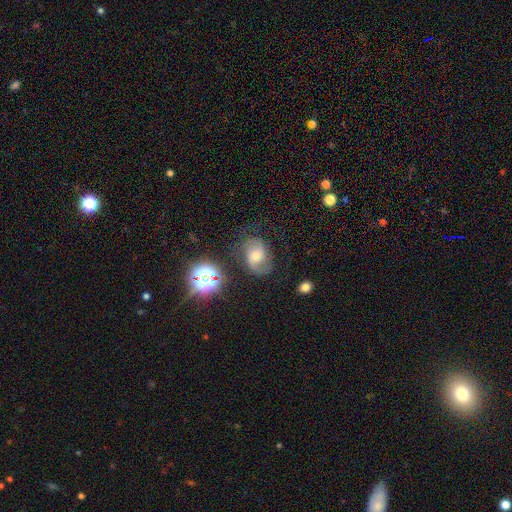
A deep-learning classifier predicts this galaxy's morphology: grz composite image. It shows a featured or disk galaxy (63%) with no bar (51%), 2 (83%) medium (49%) spiral arms (90%) and a moderate central bulge (56%). Merging: none (67%).